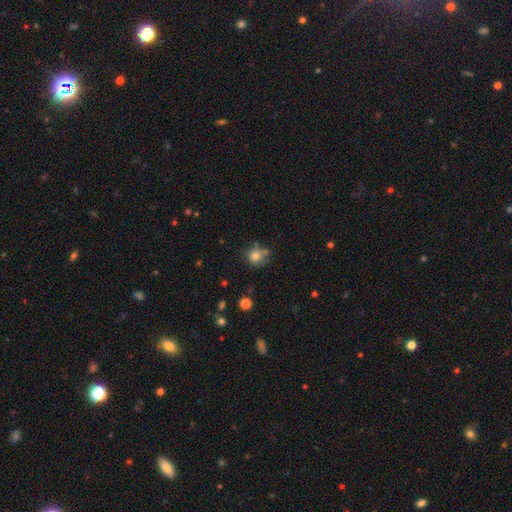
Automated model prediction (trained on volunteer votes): Smooth or featured?
  - smooth: 78% *
  - star or artifact: 13%
  - featured or disk: 10%
How rounded?
  - round: 86% *
  - in between: 13%
  - cigar-shaped: 1%
Merging?
  - none: 65% *
  - minor disturbance: 17%
  - merger: 12%
  - major disturbance: 5%